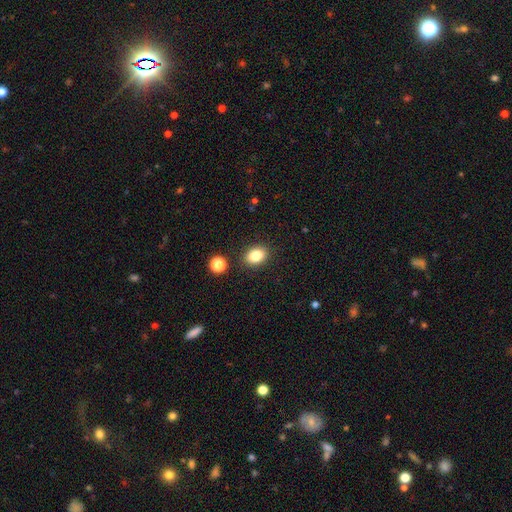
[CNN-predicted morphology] Smooth or featured? Predicted: smooth (p=0.83). How rounded? Predicted: in between (p=0.73). Merging? Predicted: none (p=0.86).